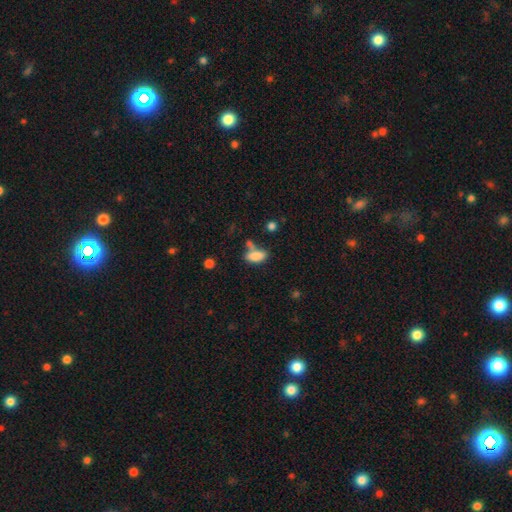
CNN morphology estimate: smooth 81%, featured or disk 10%, star or artifact 9%. Down the decision tree: how rounded — in between (82%); merging — none (46%).